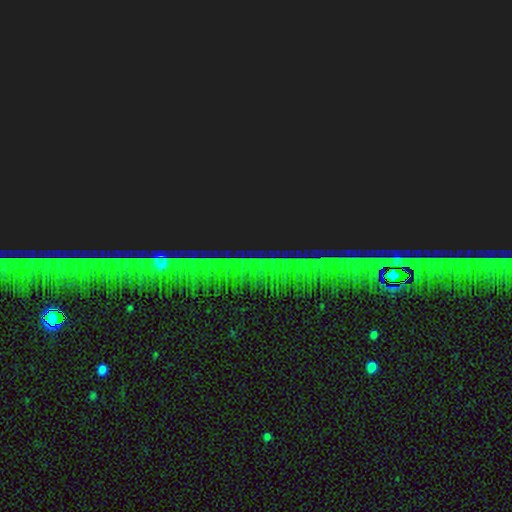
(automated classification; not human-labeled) A star or artifact, not a galaxy (86%).

Vote fractions:
- Smooth or featured? star or artifact: 86% / featured or disk: 7% / smooth: 7%